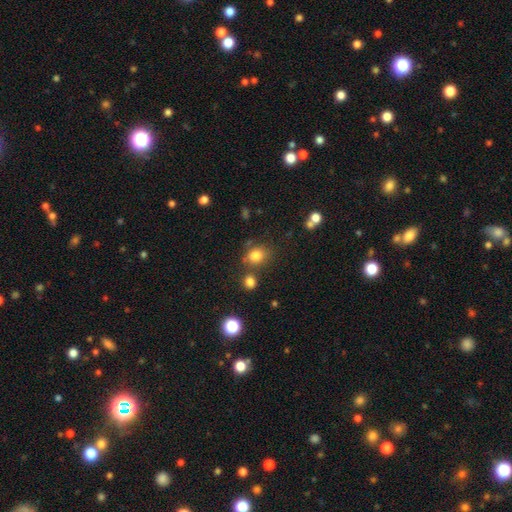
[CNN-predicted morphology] The model was most divided on "how rounded": round: 61%, in between: 38%, cigar-shaped: 1%. More confident: smooth or featured — smooth (80%); merging — none (69%).